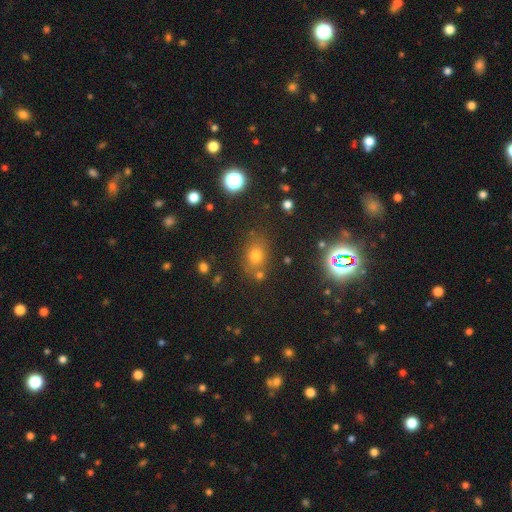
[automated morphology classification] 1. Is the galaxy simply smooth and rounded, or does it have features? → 56% smooth, 33% star or artifact, 11% featured or disk.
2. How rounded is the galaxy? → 51% in between, 47% round, 2% cigar-shaped.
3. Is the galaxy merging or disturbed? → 75% none, 12% minor disturbance, 9% merger, 4% major disturbance.